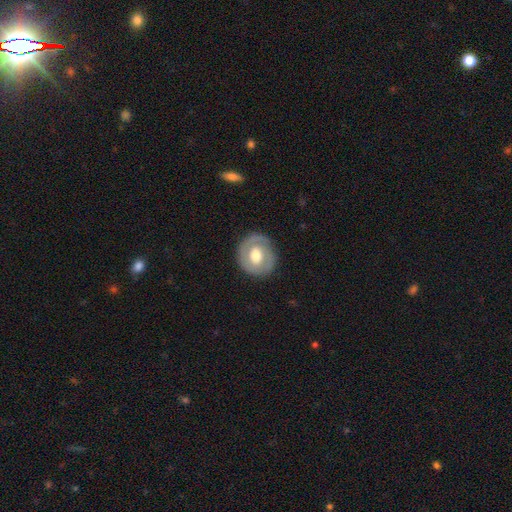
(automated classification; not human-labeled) Smooth or featured? Predicted: featured or disk (p=0.55). Edge-on disk? Predicted: no (p=0.96). Bar? Predicted: no (p=0.62). Spiral arms? Predicted: no (p=0.54). Bulge size? Predicted: moderate (p=0.65). Merging? Predicted: none (p=0.83).